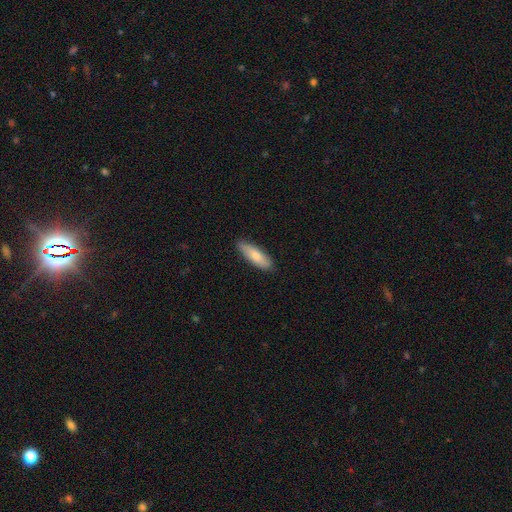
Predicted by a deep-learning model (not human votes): Smooth or featured? Predicted: smooth (p=0.77). How rounded? Predicted: in between (p=0.53). Merging? Predicted: none (p=0.84).